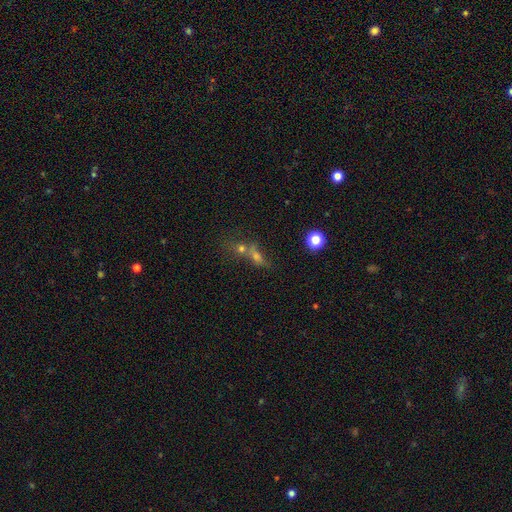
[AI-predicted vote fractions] Smooth or featured? Predicted: smooth (p=0.47). Merging? Predicted: merger (p=0.53).